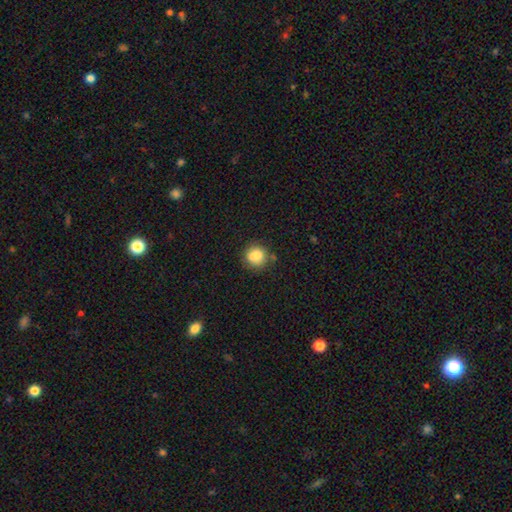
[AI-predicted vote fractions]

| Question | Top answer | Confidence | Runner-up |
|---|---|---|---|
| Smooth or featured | smooth | 78% | featured or disk (12%) |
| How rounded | round | 84% | in between (15%) |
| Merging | none | 58% | merger (22%) |